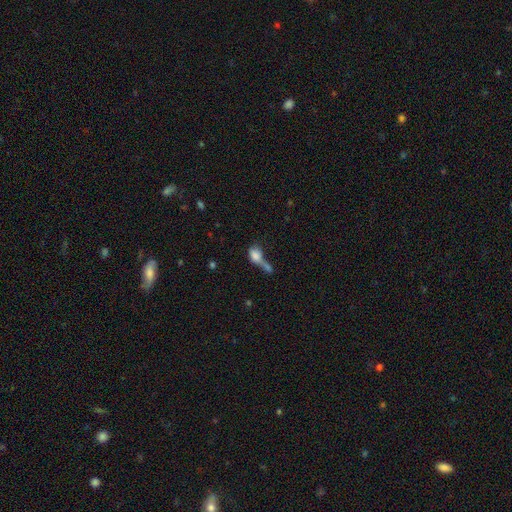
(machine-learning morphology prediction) A smooth galaxy with no disk features (72%) that is in between round and cigar-shaped (64%). Merging: merger (57%).